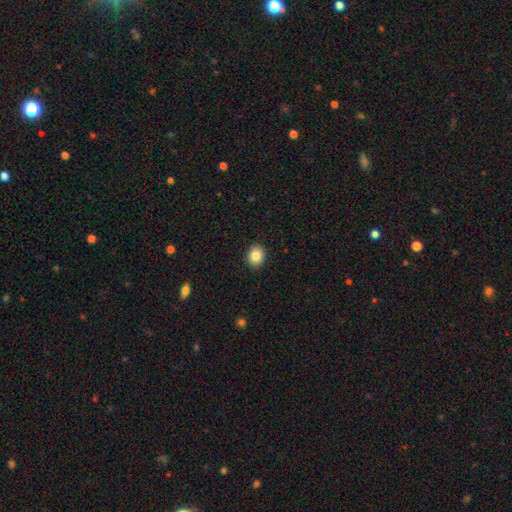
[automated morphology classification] smooth 86%, star or artifact 9%, featured or disk 5%. Down the decision tree: how rounded — round (61%); merging — none (91%).